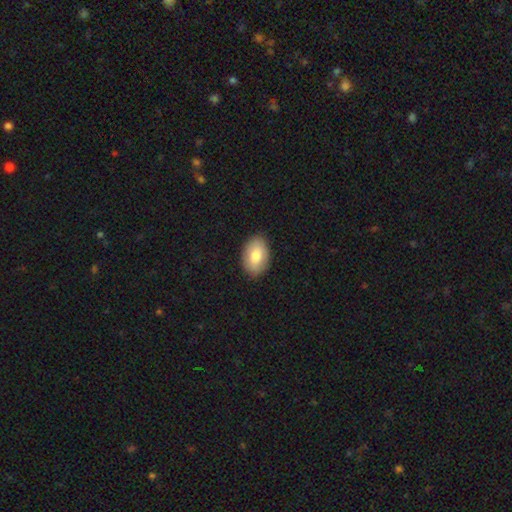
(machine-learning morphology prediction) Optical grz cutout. It shows a smooth galaxy with no disk features (79%) that is in between round and cigar-shaped (89%). Merging: none (87%).